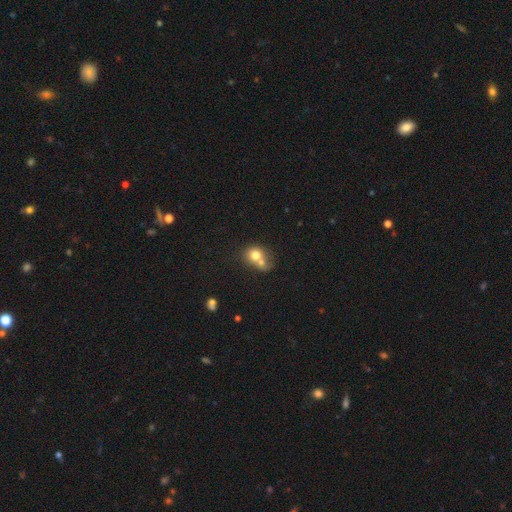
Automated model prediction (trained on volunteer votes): smooth_or_featured: smooth (p=0.73) [alt: featured or disk p=0.17]
how_rounded: round (p=0.68) [alt: in between p=0.31]
merging: merger (p=0.62) [alt: none p=0.26]